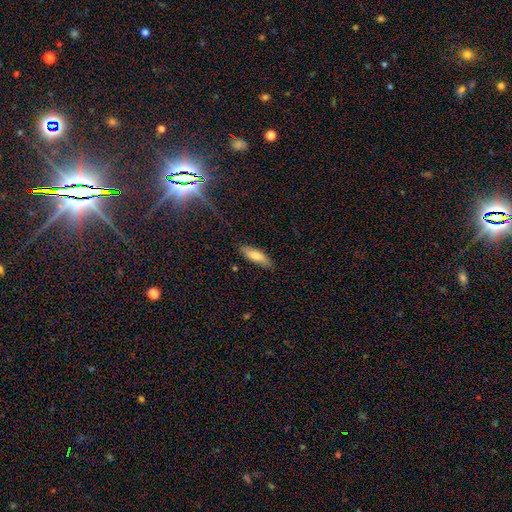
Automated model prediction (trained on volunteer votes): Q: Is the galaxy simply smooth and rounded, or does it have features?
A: smooth — 76%.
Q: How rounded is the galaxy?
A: cigar-shaped — 51%.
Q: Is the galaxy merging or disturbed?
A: none — 82%.